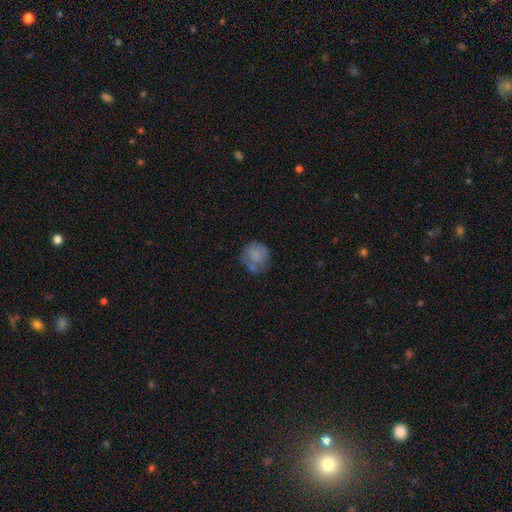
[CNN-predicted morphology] Overall: smooth (71%). How rounded: round (82%). Merging: none (56%; minor disturbance 23%).